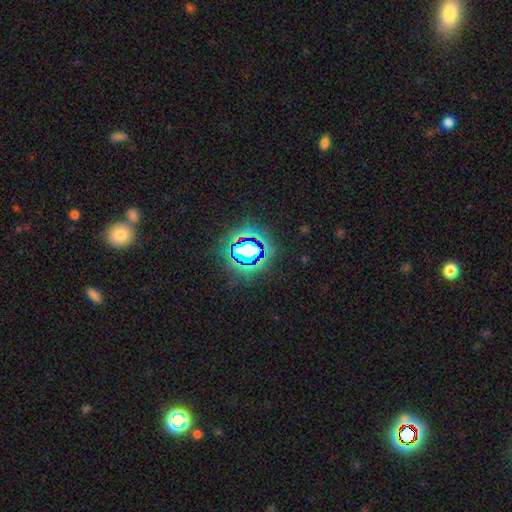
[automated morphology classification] star or artifact 72%, smooth 16%, featured or disk 12%.